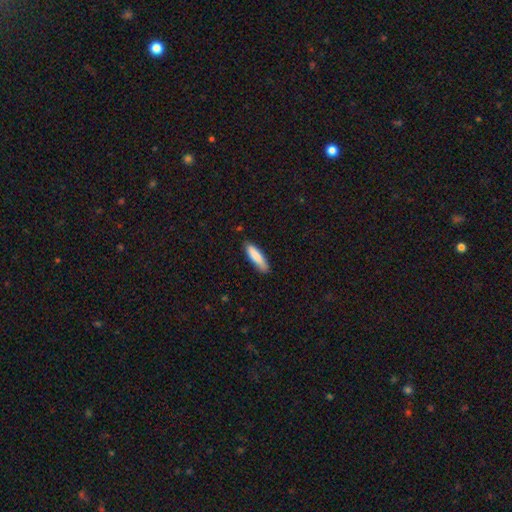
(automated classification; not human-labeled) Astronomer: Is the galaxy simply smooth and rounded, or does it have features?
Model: smooth — 84%.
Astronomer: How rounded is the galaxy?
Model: cigar-shaped — 69%.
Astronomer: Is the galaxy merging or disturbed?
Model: none — 84%.